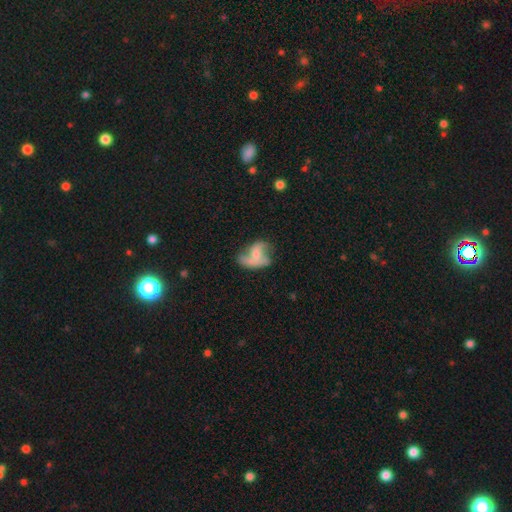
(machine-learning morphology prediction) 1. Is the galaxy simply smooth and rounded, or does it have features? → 58% featured or disk, 34% smooth, 9% star or artifact.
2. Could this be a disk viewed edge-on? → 97% no, 3% yes.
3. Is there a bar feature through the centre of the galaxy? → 63% no, 29% weak, 8% strong.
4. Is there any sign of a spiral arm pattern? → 65% yes, 35% no.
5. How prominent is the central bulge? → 43% small, 32% moderate, 20% none, 4% large, 1% dominant.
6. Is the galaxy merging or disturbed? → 37% none, 28% major disturbance, 24% minor disturbance, 11% merger.